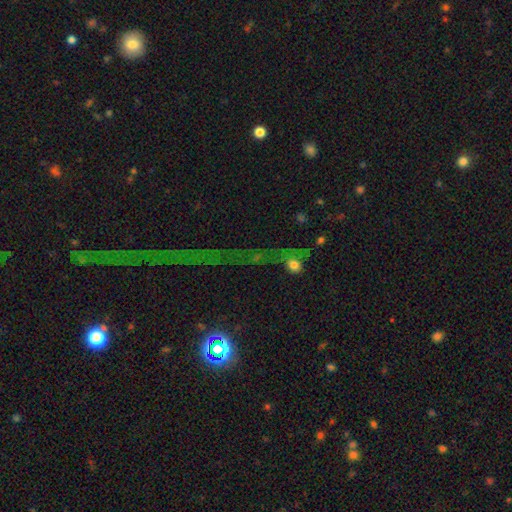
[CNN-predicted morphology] This appears to be a star or artifact, not a galaxy (72%).